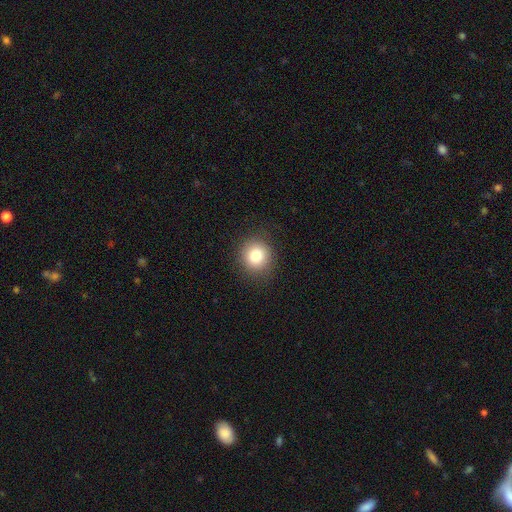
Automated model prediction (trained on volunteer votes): Morphology: type=smooth (82%); roundness=round (89%); merging=none (89%).